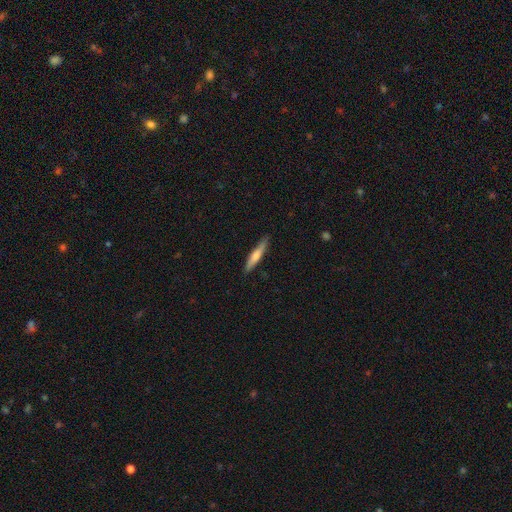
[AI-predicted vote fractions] This is possibly a smooth galaxy (59%). How rounded: clearly cigar-shaped (91%). Merging: clearly none (88%).